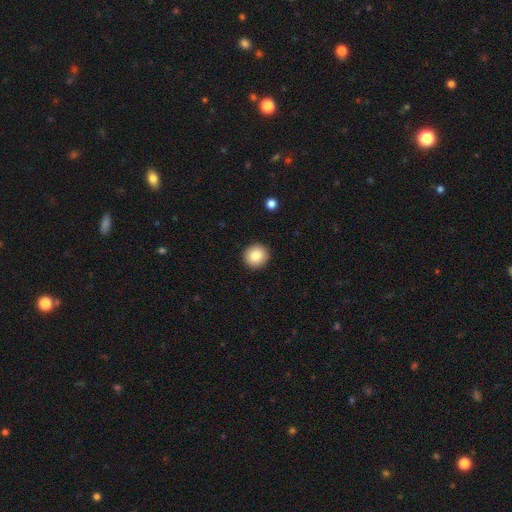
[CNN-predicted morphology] This is clearly a smooth galaxy (83%). How rounded: clearly round (93%). Merging: clearly none (93%).